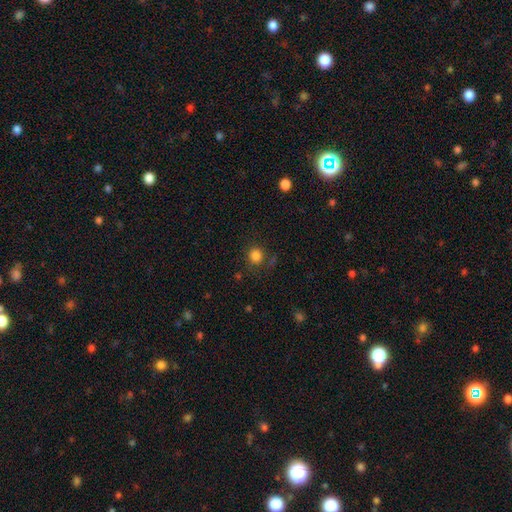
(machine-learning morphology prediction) Overall: smooth (84%). How rounded: round (89%). Merging: none (80%).